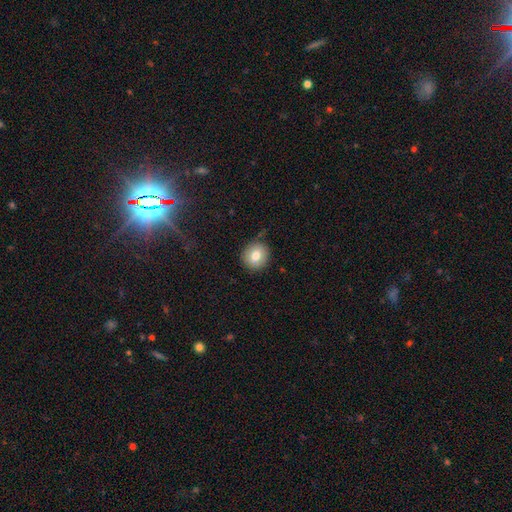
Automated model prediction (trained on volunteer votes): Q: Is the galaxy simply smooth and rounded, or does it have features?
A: smooth — 79%.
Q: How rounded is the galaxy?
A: round — 88%.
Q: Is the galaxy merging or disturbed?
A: none — 85%.